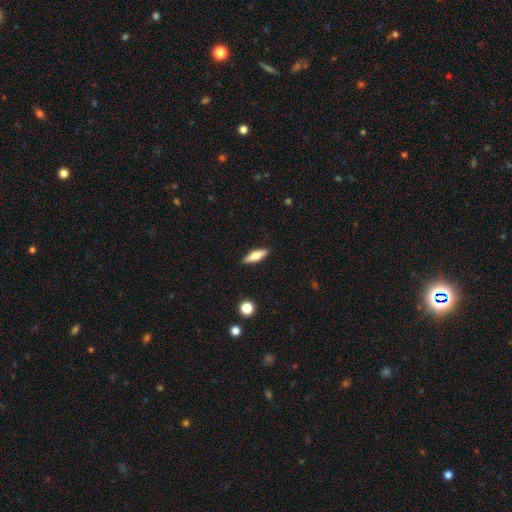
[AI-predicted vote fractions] The model was most divided on "how rounded": cigar-shaped: 53%, in between: 45%, round: 2%. More confident: merging — none (89%); smooth or featured — smooth (67%).